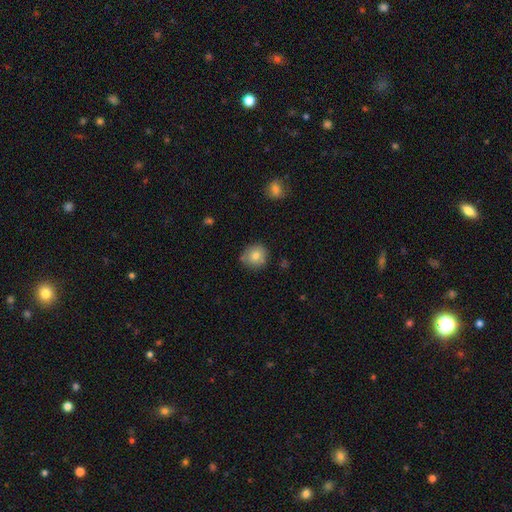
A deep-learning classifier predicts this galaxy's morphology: Smooth or featured: smooth — 79% (featured or disk — 12%)
How rounded: round — 87% (in between — 12%)
Merging: none — 78% (minor disturbance — 16%)